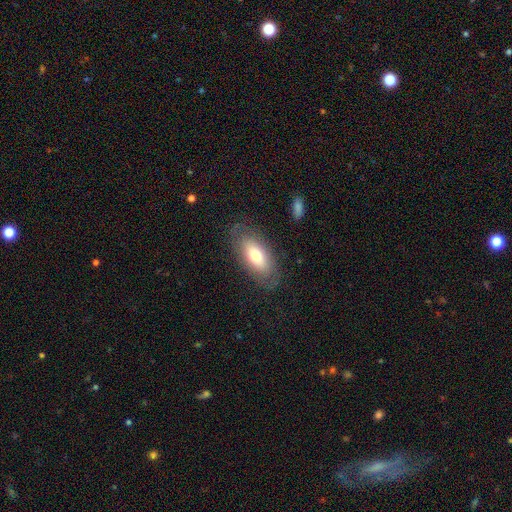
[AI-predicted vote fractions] Q: Smooth or featured?
A: smooth (63%); runner-up: featured or disk (31%)
Q: How rounded?
A: in between (89%); runner-up: cigar-shaped (8%)
Q: Merging?
A: none (78%); runner-up: minor disturbance (15%)